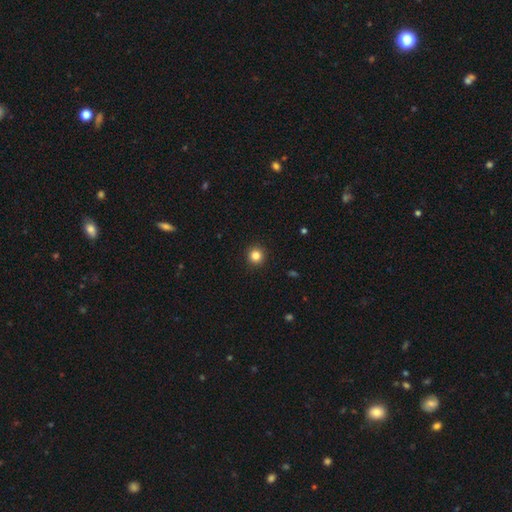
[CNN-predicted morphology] Smooth or featured?
  - smooth: 84% *
  - star or artifact: 12%
  - featured or disk: 5%
How rounded?
  - round: 95% *
  - in between: 4%
  - cigar-shaped: 1%
Merging?
  - none: 93% *
  - minor disturbance: 4%
  - major disturbance: 2%
  - merger: 1%